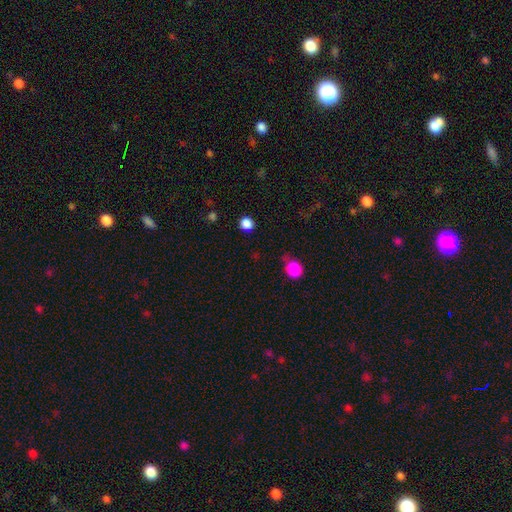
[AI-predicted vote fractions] Overall: smooth (76%). How rounded: round (86%). Merging: none (78%).